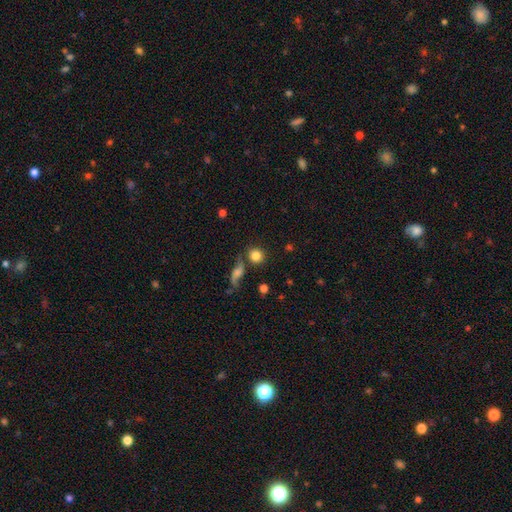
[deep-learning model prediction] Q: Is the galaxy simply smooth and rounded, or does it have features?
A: smooth — 83%.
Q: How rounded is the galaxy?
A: round — 87%.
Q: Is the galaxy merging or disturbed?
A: none — 72%.